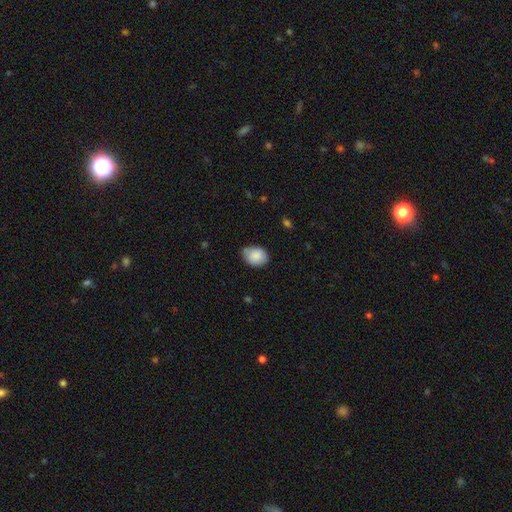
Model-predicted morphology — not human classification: Overall: smooth (87%). How rounded: in between (62%; round 37%). Merging: none (66%; minor disturbance 27%).